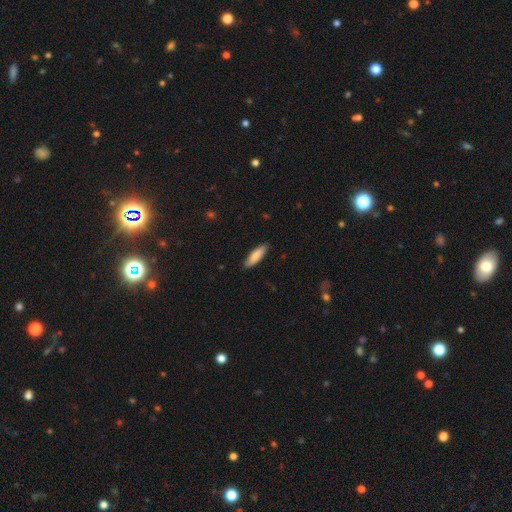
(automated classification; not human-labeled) smooth_or_featured: smooth (p=0.81) [alt: featured or disk p=0.13]
how_rounded: cigar-shaped (p=0.54) [alt: in between p=0.44]
merging: none (p=0.85) [alt: minor disturbance p=0.12]